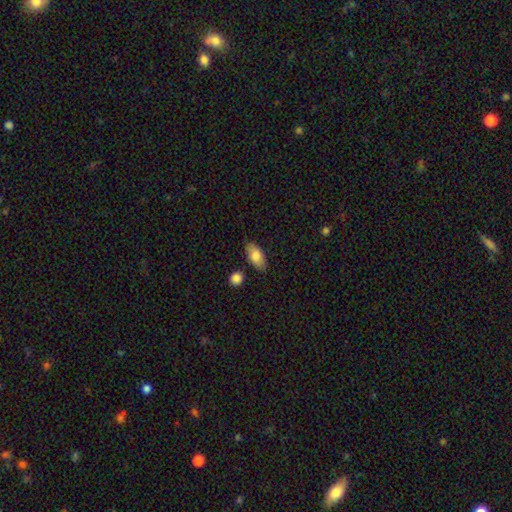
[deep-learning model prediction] Smooth or featured? Predicted: smooth (p=0.78). How rounded? Predicted: in between (p=0.89). Merging? Predicted: none (p=0.82).